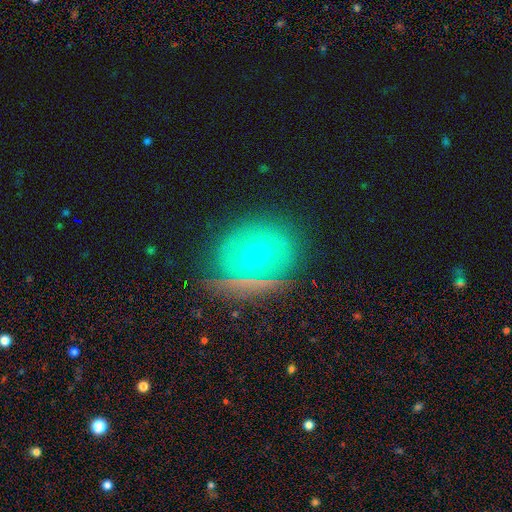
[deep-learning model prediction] Overall: smooth (50%; featured or disk 36%). How rounded: round (55%; in between 42%). Merging: none (75%).